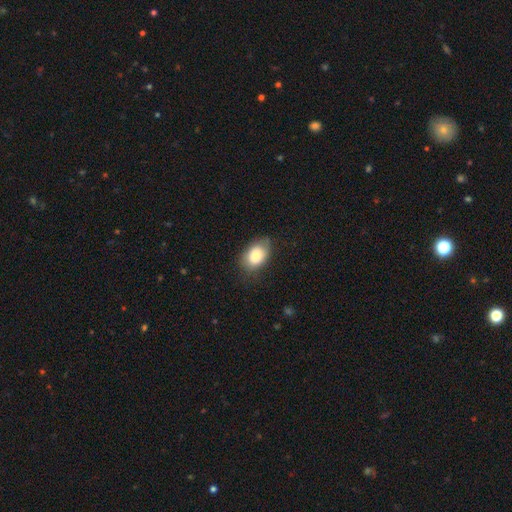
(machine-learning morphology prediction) smooth 81%, featured or disk 11%, star or artifact 8%. Down the decision tree: how rounded — in between (86%); merging — none (73%).